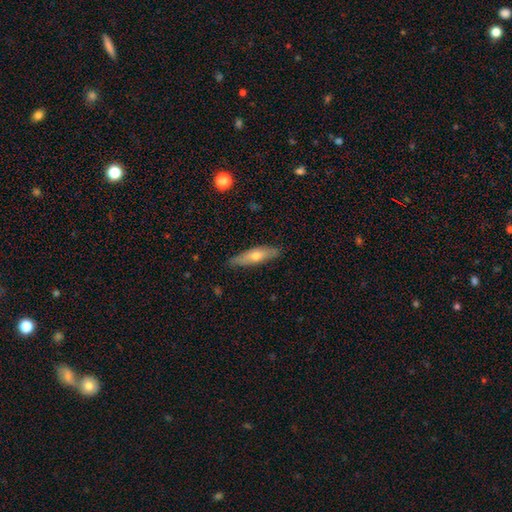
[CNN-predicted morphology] Overall: smooth (54%; featured or disk 40%). How rounded: cigar-shaped (66%; in between 32%). Merging: none (85%).